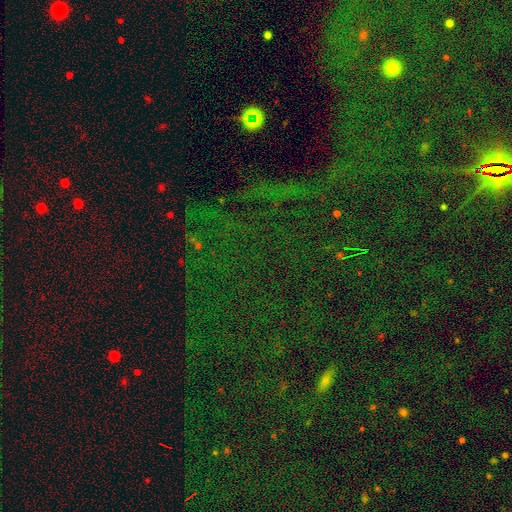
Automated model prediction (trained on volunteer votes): Smooth or featured? star or artifact (80%)